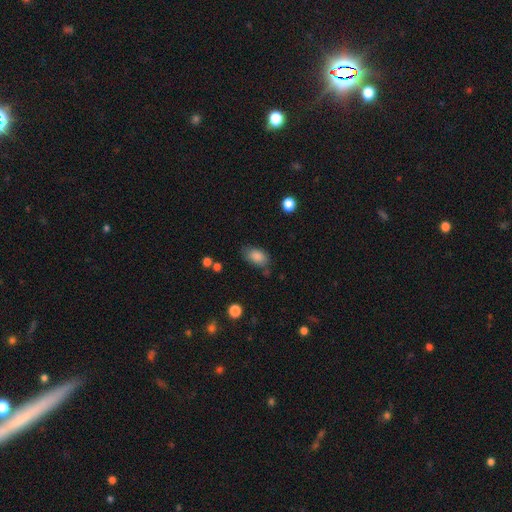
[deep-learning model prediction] Smooth or featured? smooth (86%)
How rounded? in between (89%)
Merging? none (69%)